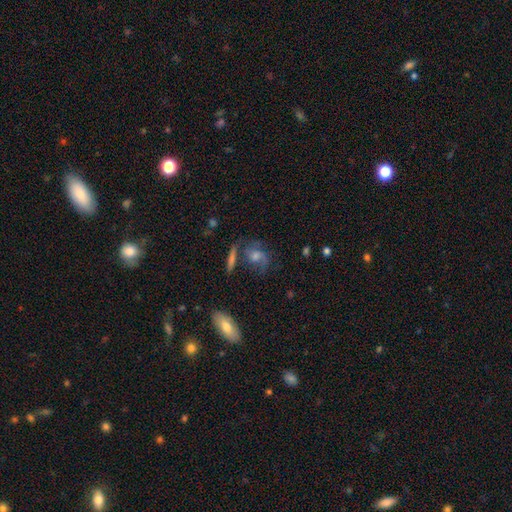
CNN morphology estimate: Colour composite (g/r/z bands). It shows a featured or disk galaxy (61%) with no bar (62%), spiral arms (85%) and a moderate central bulge (49%). Merging: none (62%).